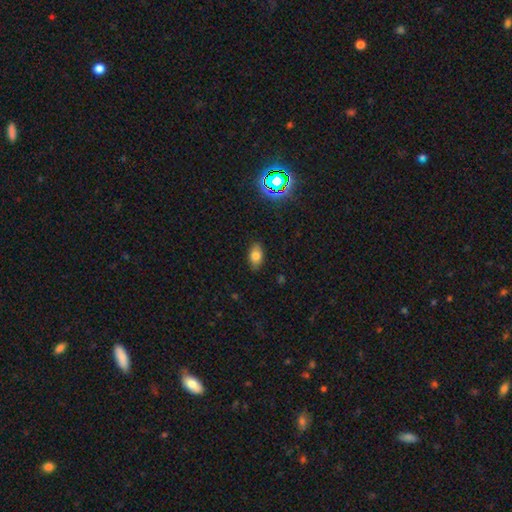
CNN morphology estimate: This is likely a smooth galaxy (77%). How rounded: clearly in between (89%). Merging: clearly none (85%).